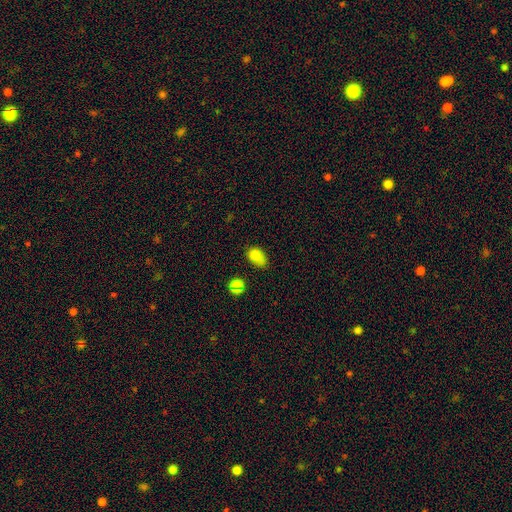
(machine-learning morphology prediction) Smooth or featured? smooth (79%)
How rounded? in between (82%)
Merging? none (54%)